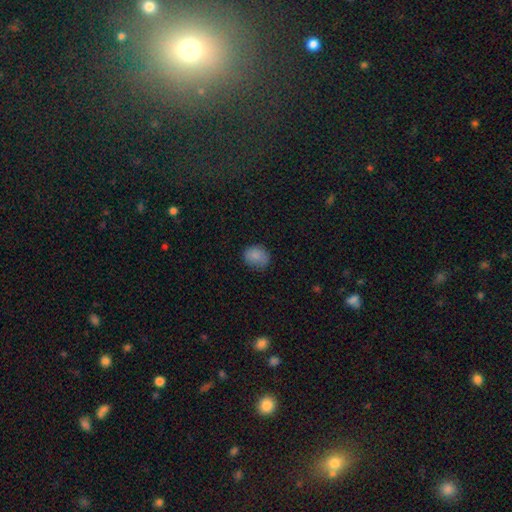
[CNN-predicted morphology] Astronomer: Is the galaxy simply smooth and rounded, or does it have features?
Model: smooth — 85%.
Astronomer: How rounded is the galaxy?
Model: round — 62% (runner-up: in between, 37%).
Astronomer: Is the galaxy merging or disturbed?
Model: none — 73%.